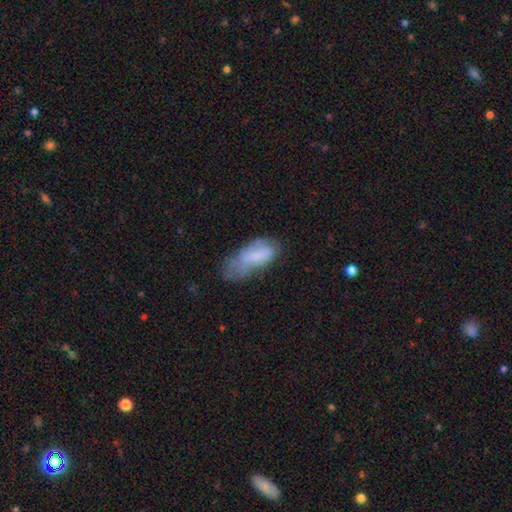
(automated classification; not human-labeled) This appears to be a smooth galaxy with no disk features (64%) that is in between round and cigar-shaped (82%). Merging: minor disturbance (36%).